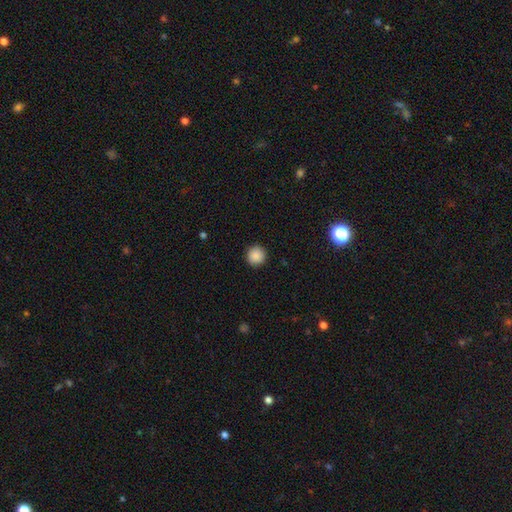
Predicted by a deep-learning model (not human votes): smooth 87%, star or artifact 9%, featured or disk 3%. Down the decision tree: how rounded — round (94%); merging — none (91%).